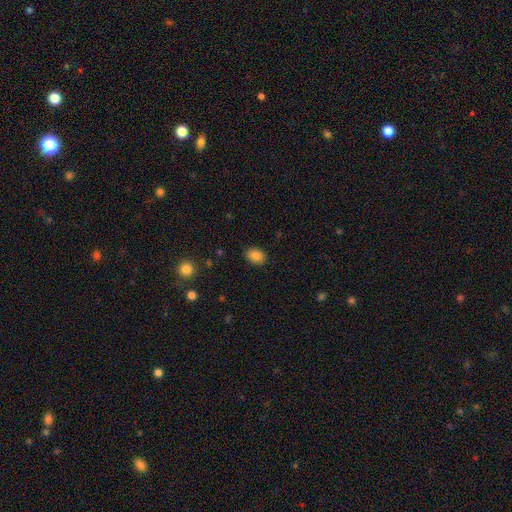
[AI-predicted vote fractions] Morphology: type=smooth (85%); roundness=in between (69%); merging=none (87%).